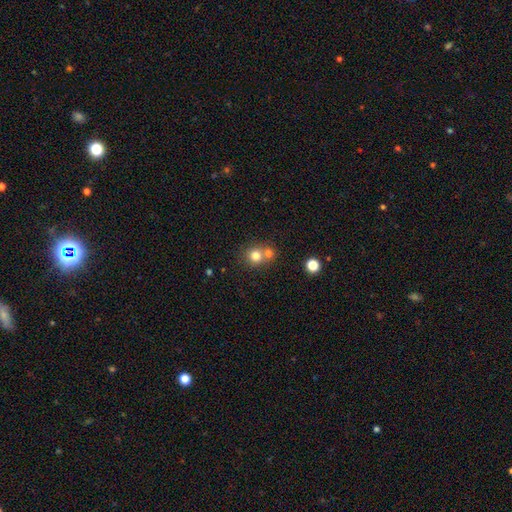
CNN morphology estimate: Overall: smooth (77%). How rounded: round (86%). Merging: none (47%; merger 45%).